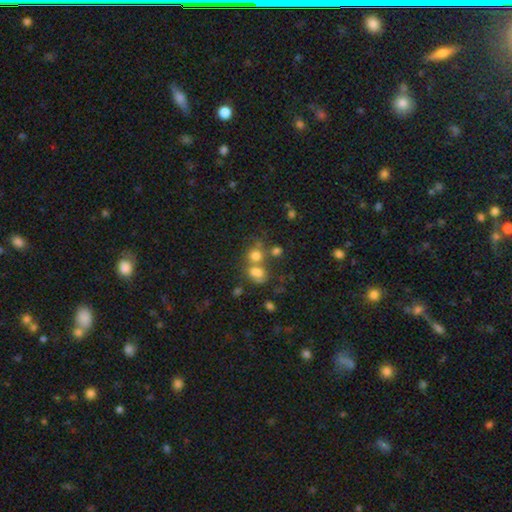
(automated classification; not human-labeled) smooth-or-featured: smooth: 72% | star or artifact: 16% | featured or disk: 12%
  how-rounded: round: 69% | in between: 30% | cigar-shaped: 1%
  merging: merger: 44% | none: 41% | minor disturbance: 9% | major disturbance: 6%